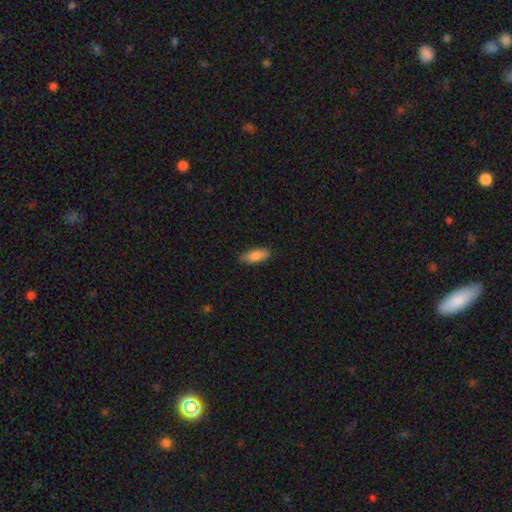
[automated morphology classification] This appears to be a smooth galaxy with no disk features (85%) that is in between round and cigar-shaped (79%). Merging: none (86%).